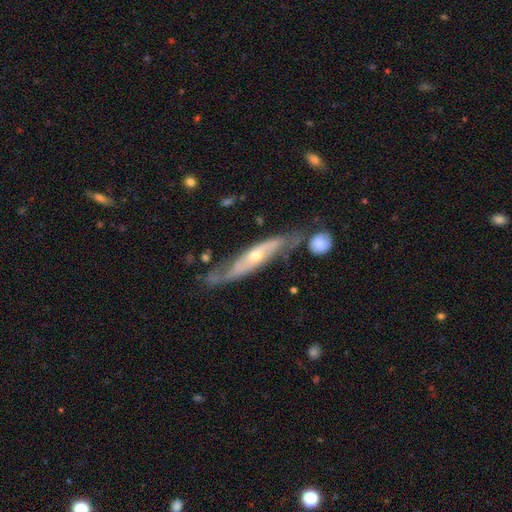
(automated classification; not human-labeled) Smooth or featured? featured or disk (75%)
Edge-on disk? no (56%)
Merging? none (51%)